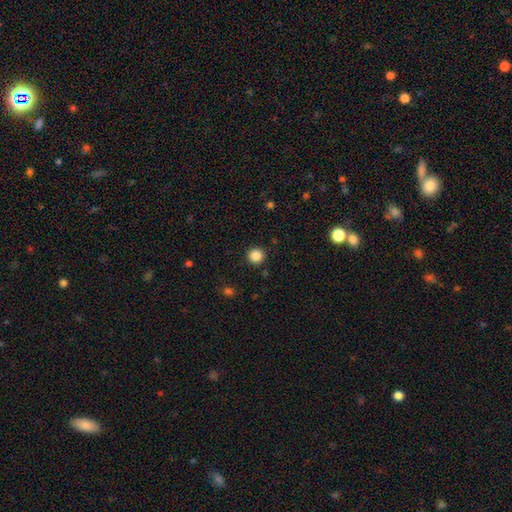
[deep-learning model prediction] Q: Smooth or featured?
A: smooth (86%); runner-up: star or artifact (11%)
Q: How rounded?
A: round (95%); runner-up: in between (4%)
Q: Merging?
A: none (92%); runner-up: minor disturbance (5%)